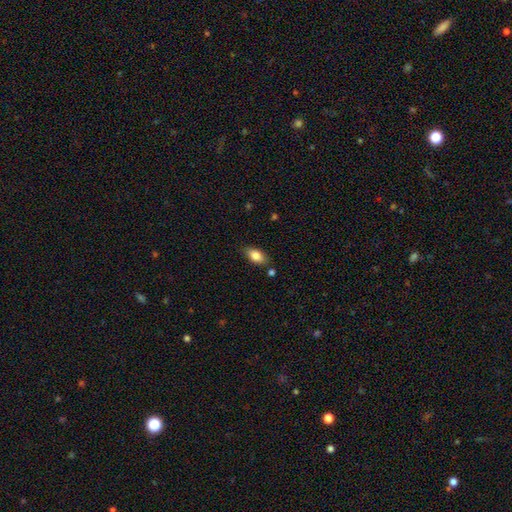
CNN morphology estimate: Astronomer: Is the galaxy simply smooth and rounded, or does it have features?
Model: smooth — 81%.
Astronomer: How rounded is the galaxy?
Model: in between — 89%.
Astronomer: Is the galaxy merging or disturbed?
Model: none — 80%.